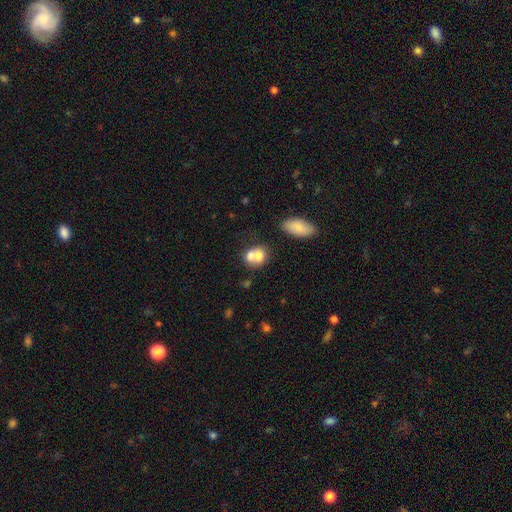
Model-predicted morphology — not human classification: smooth_or_featured: smooth (p=0.69) [alt: featured or disk p=0.22]
how_rounded: round (p=0.55) [alt: in between p=0.44]
merging: merger (p=0.62) [alt: none p=0.26]